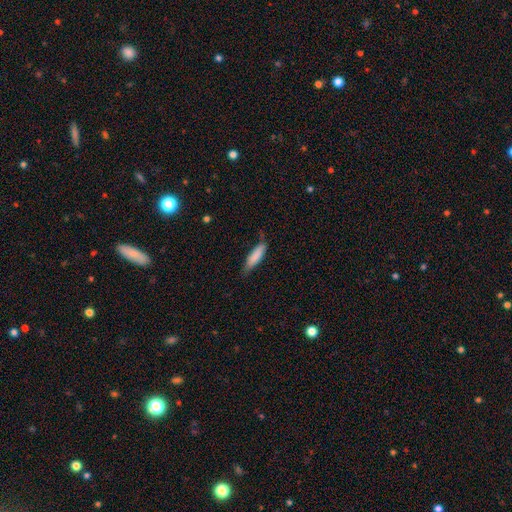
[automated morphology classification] Smooth or featured?
  - smooth: 84% *
  - featured or disk: 10%
  - star or artifact: 6%
How rounded?
  - cigar-shaped: 61% *
  - in between: 38%
  - round: 1%
Merging?
  - none: 65% *
  - minor disturbance: 29%
  - major disturbance: 5%
  - merger: 2%